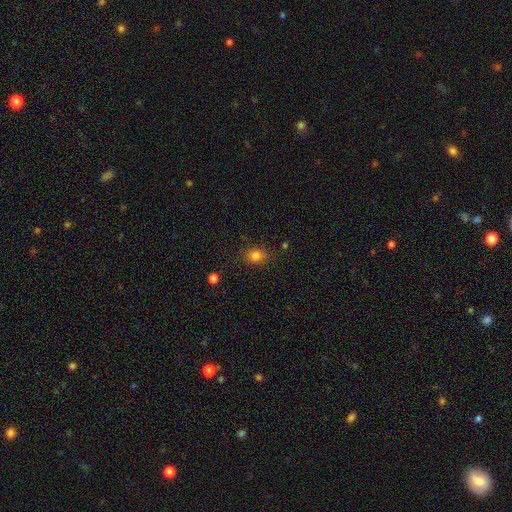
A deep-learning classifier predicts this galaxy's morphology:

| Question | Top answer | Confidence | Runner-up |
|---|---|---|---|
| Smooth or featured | smooth | 80% | star or artifact (13%) |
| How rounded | round | 56% | in between (43%) |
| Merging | none | 83% | minor disturbance (12%) |